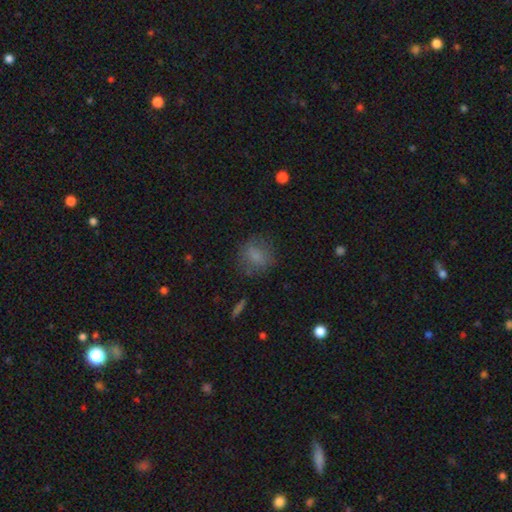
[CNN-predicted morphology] Smooth or featured?
  - smooth: 77% *
  - featured or disk: 12%
  - star or artifact: 11%
How rounded?
  - round: 68% *
  - in between: 30%
  - cigar-shaped: 2%
Merging?
  - none: 72% *
  - minor disturbance: 18%
  - major disturbance: 8%
  - merger: 2%